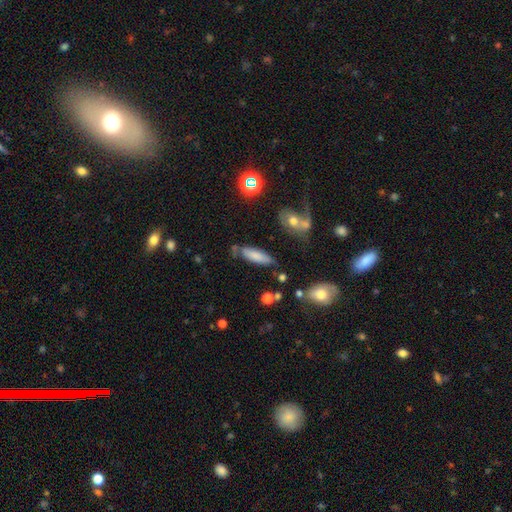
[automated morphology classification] This is likely a smooth galaxy (74%). How rounded: possibly in between (50%). Merging: likely none (67%).